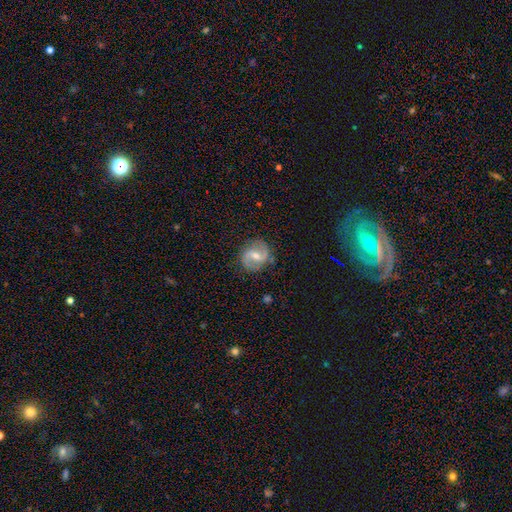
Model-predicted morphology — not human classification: The model was most divided on "spiral winding": medium: 47%, loose: 37%, tight: 16%. More confident: edge-on disk — no (98%); spiral arms — yes (91%); spiral arm count — 2 (90%); merging — none (81%); smooth or featured — featured or disk (74%); bulge size — moderate (56%); bar — weak (54%).